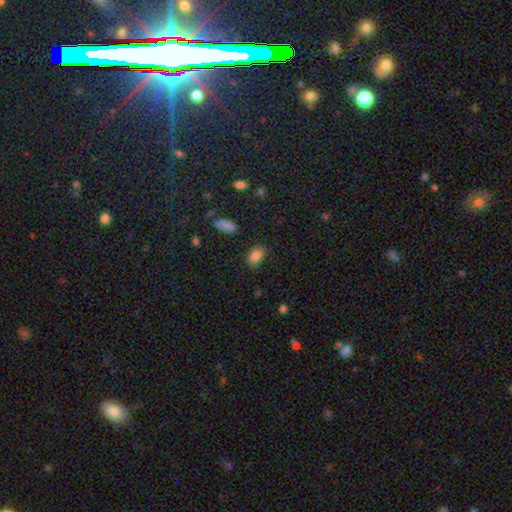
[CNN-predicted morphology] Smooth or featured? Predicted: smooth (p=0.85). How rounded? Predicted: in between (p=0.83). Merging? Predicted: none (p=0.82).